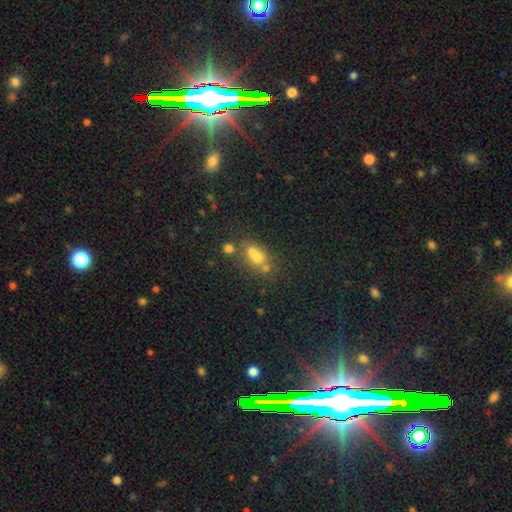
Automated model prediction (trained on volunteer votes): Smooth or featured? smooth (53%)
How rounded? in between (56%)
Merging? none (47%)